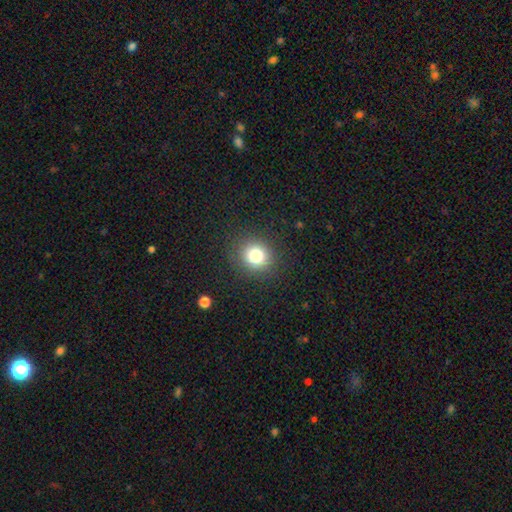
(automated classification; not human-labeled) This appears to be a smooth galaxy with no disk features (79%) that is round (83%). Merging: none (88%).